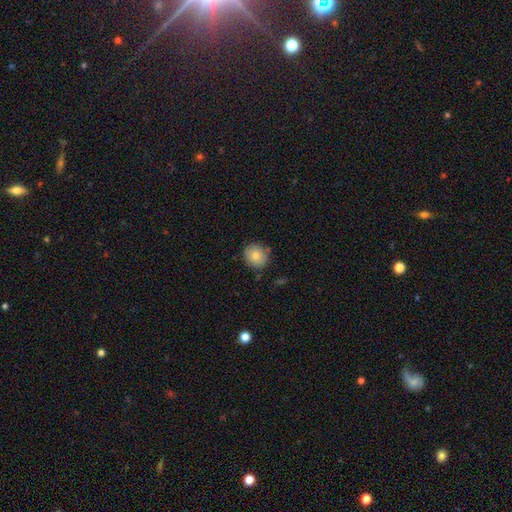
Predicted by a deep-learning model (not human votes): A smooth galaxy with no disk features (80%) that is round (86%).

Vote fractions:
- Smooth or featured? smooth: 80% / featured or disk: 11% / star or artifact: 9%
- How rounded? round: 86% / in between: 13% / cigar-shaped: 1%
- Merging? none: 82% / minor disturbance: 13% / merger: 3% / major disturbance: 3%